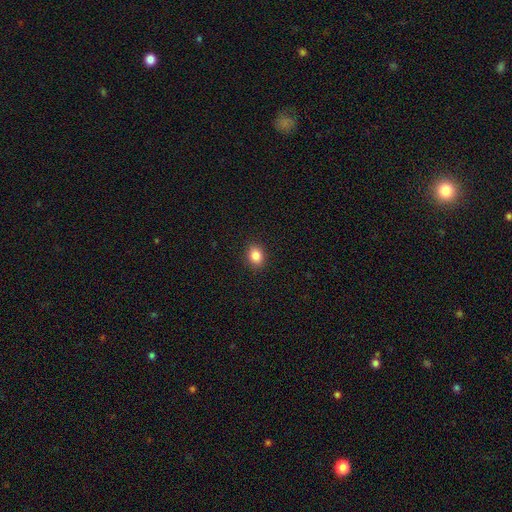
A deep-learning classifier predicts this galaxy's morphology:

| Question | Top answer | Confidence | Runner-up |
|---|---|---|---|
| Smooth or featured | smooth | 85% | star or artifact (10%) |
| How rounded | in between | 57% | round (42%) |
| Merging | none | 90% | minor disturbance (7%) |